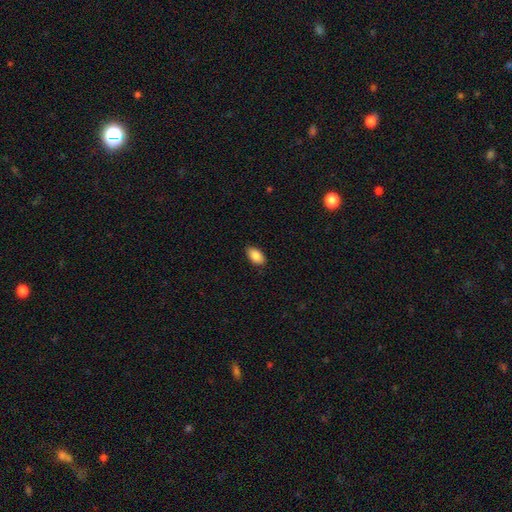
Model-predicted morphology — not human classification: Q: Smooth or featured?
A: smooth (86%); runner-up: featured or disk (7%)
Q: How rounded?
A: in between (94%); runner-up: round (4%)
Q: Merging?
A: none (87%); runner-up: minor disturbance (10%)